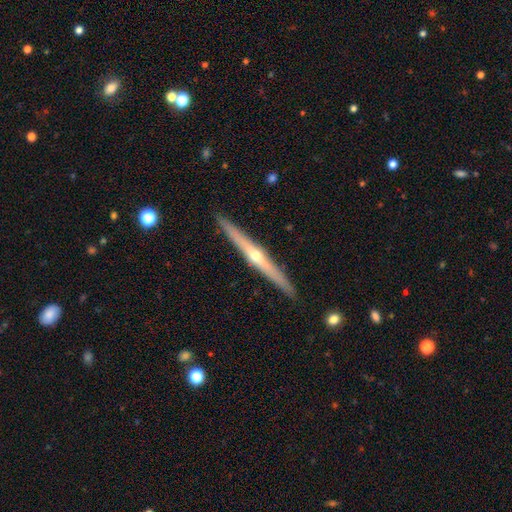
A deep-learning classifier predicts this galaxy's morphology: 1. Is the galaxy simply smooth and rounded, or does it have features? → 74% featured or disk, 21% smooth, 5% star or artifact.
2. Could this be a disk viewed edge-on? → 97% yes, 3% no.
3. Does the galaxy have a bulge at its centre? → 80% rounded, 17% none, 3% boxy.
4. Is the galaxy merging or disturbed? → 90% none, 7% minor disturbance, 1% major disturbance, 1% merger.